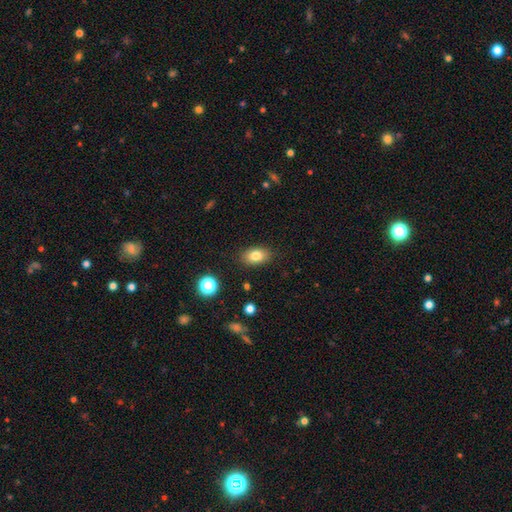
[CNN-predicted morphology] Smooth or featured? Predicted: smooth (p=0.81). How rounded? Predicted: in between (p=0.85). Merging? Predicted: none (p=0.86).